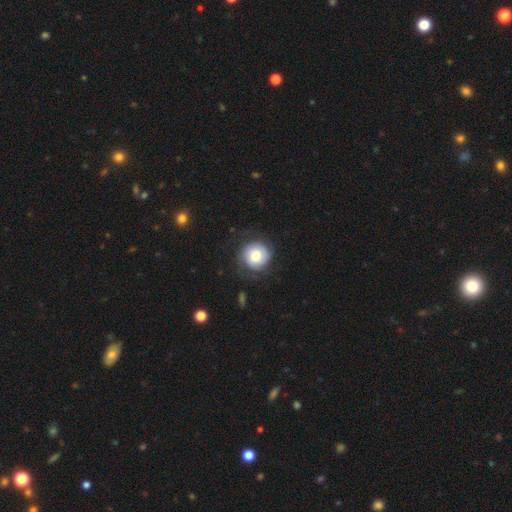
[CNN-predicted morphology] smooth-or-featured: smooth: 60% | featured or disk: 33% | star or artifact: 7%
  how-rounded: round: 92% | in between: 7% | cigar-shaped: 1%
  merging: none: 72% | minor disturbance: 17% | major disturbance: 10% | merger: 1%